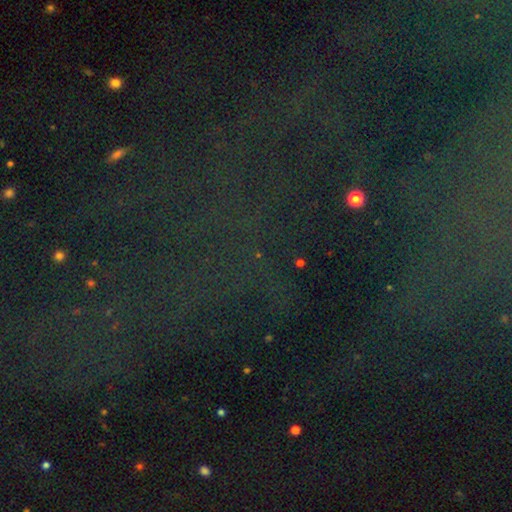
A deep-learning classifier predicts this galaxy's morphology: Smooth or featured? star or artifact (80%)